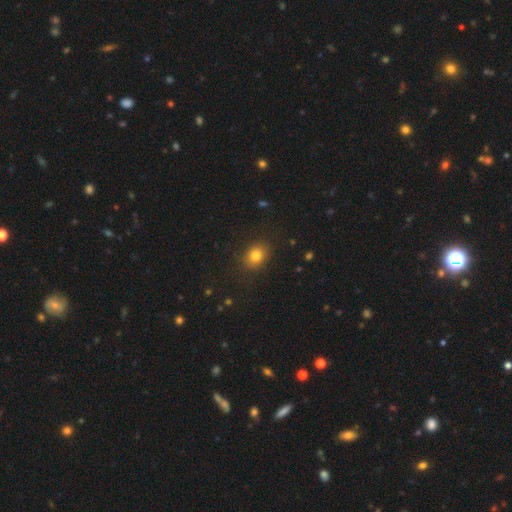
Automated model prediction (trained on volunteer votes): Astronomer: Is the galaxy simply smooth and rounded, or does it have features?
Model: smooth — 81%.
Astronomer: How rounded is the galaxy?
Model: round — 51% (runner-up: in between, 48%).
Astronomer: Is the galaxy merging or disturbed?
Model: none — 87%.